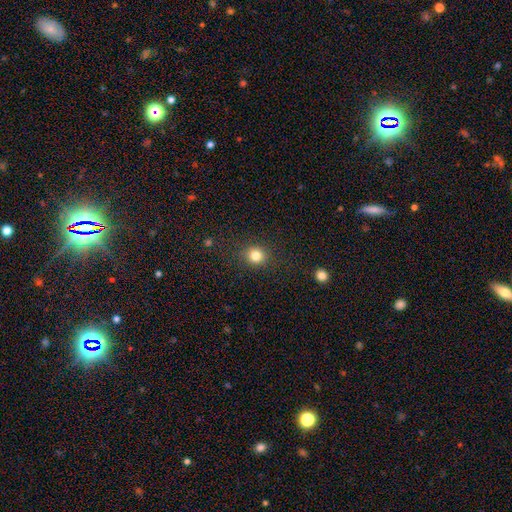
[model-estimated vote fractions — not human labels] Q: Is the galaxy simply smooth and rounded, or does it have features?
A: smooth — 82%.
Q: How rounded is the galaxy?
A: round — 83%.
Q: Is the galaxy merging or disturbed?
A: none — 87%.